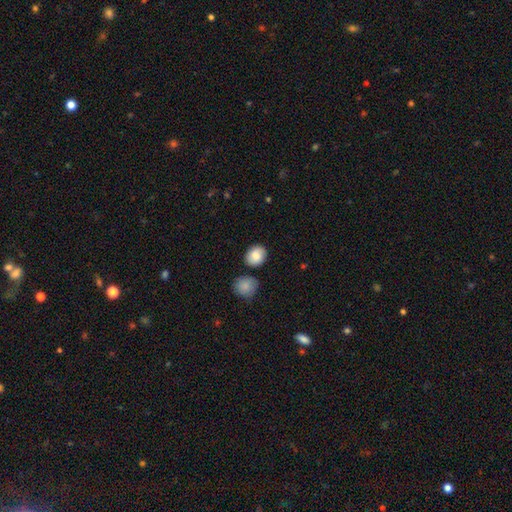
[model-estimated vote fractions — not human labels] Morphology: type=smooth (84%); roundness=round (57%); merging=none (79%).